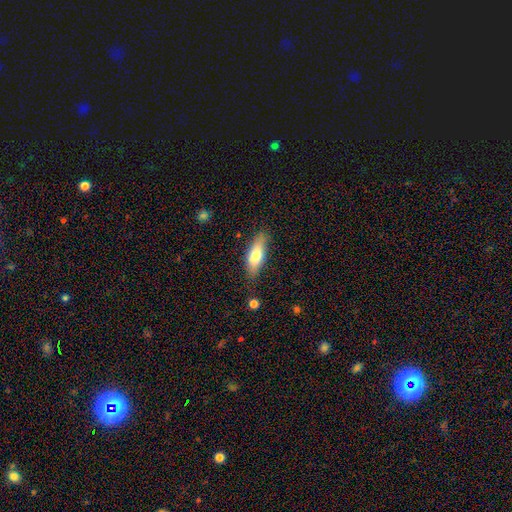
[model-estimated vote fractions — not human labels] This is likely a smooth galaxy (70%). How rounded: possibly in between (57%). Merging: clearly none (81%).